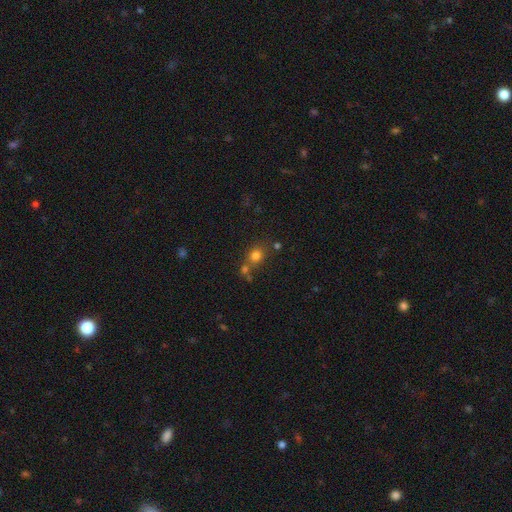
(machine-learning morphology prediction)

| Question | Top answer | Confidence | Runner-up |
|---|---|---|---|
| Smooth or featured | smooth | 75% | star or artifact (16%) |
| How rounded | round | 76% | in between (23%) |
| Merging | none | 61% | merger (24%) |